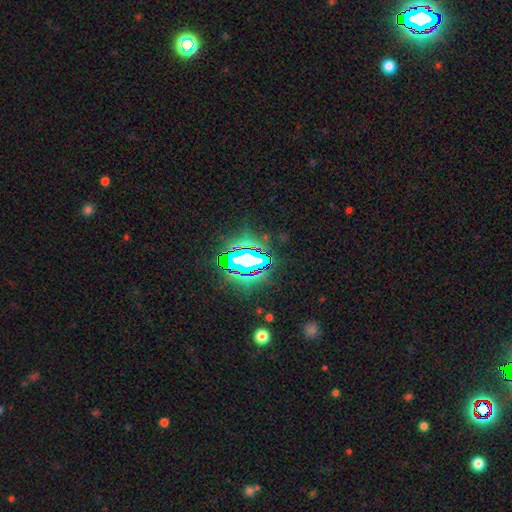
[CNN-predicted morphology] smooth-or-featured: star or artifact: 79% | smooth: 13% | featured or disk: 9%